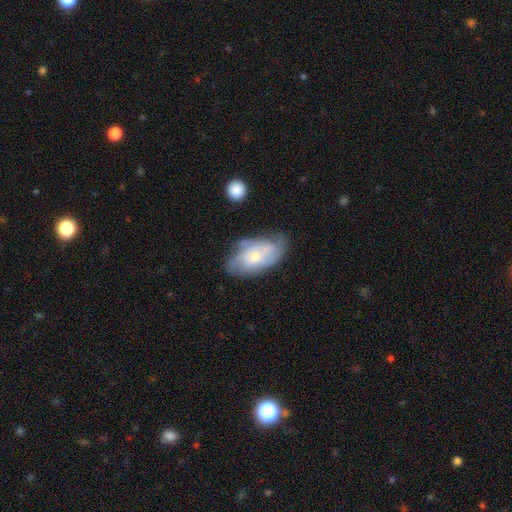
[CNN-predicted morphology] Smooth or featured?
  - featured or disk: 59% *
  - smooth: 34%
  - star or artifact: 6%
Edge-on disk?
  - no: 94% *
  - yes: 6%
Bar?
  - no: 75% *
  - weak: 22%
  - strong: 3%
Spiral arms?
  - yes: 82% *
  - no: 18%
Bulge size?
  - small: 48% *
  - moderate: 45%
  - large: 4%
  - none: 2%
  - dominant: 1%
Merging?
  - none: 59% *
  - minor disturbance: 27%
  - major disturbance: 9%
  - merger: 4%